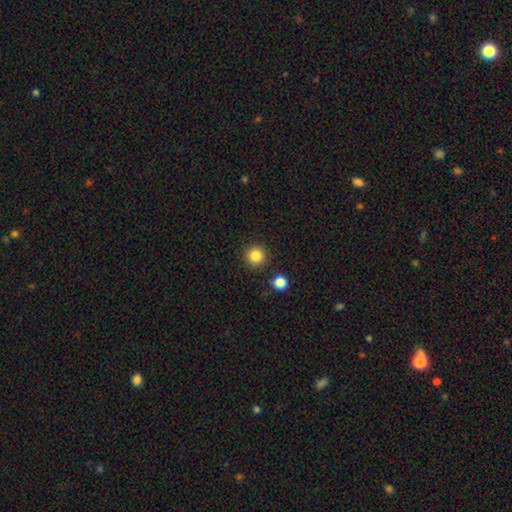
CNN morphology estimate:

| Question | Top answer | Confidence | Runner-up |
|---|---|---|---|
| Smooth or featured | smooth | 85% | star or artifact (11%) |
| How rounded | round | 95% | in between (4%) |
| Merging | none | 90% | minor disturbance (5%) |